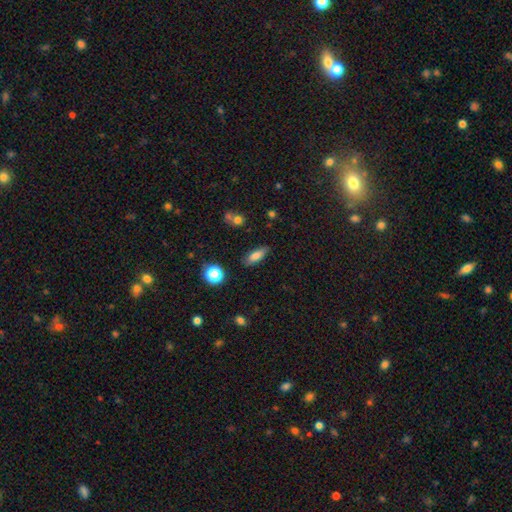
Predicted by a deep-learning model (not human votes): The model was most divided on "how rounded": in between: 69%, cigar-shaped: 27%, round: 4%. More confident: merging — none (79%); smooth or featured — smooth (78%).